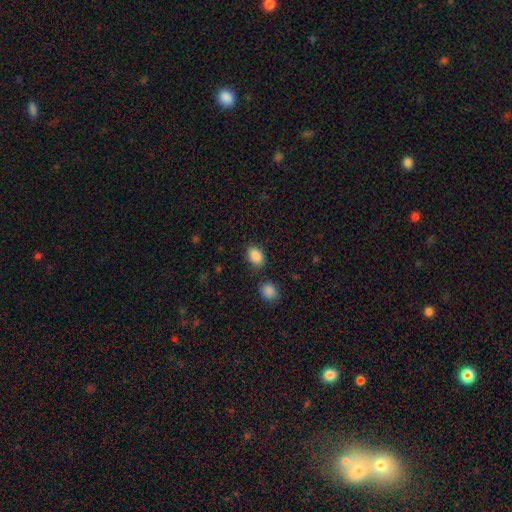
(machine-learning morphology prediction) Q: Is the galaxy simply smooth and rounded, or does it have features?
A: smooth — 88%.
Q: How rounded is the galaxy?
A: in between — 78%.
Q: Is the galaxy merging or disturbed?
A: none — 77%.